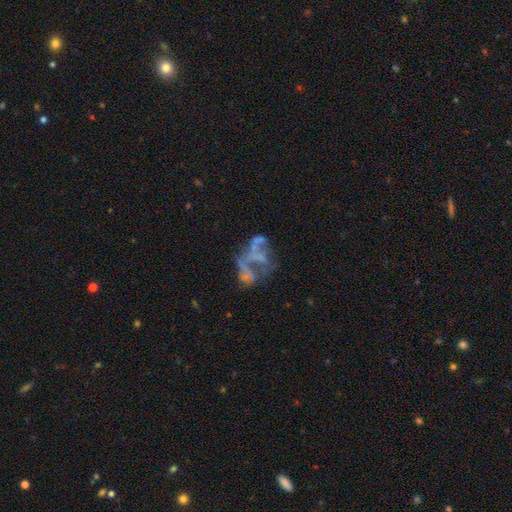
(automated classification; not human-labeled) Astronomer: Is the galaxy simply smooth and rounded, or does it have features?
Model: featured or disk — 65%.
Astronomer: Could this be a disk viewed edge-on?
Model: no — 98%.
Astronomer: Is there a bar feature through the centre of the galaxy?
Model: no — 88%.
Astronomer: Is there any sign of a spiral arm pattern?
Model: no — 86%.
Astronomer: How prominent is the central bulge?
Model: none — 82%.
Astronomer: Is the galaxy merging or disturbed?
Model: major disturbance — 35% (runner-up: none, 31%).